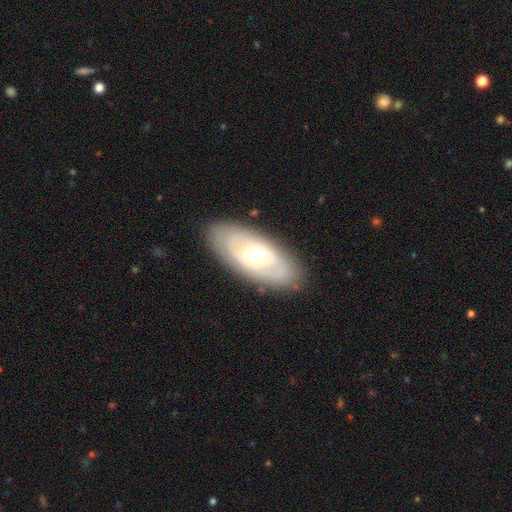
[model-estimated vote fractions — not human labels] Smooth or featured: featured or disk — 55% (smooth — 39%)
Edge-on disk: no — 86% (yes — 14%)
Merging: none — 85% (minor disturbance — 10%)